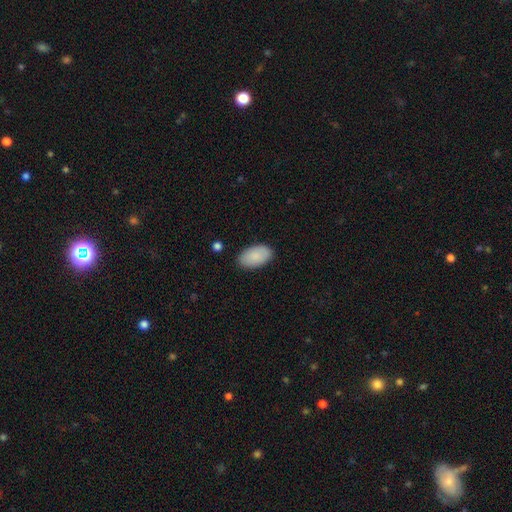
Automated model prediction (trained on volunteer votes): This is clearly a smooth galaxy (89%). How rounded: clearly in between (95%). Merging: clearly none (86%).